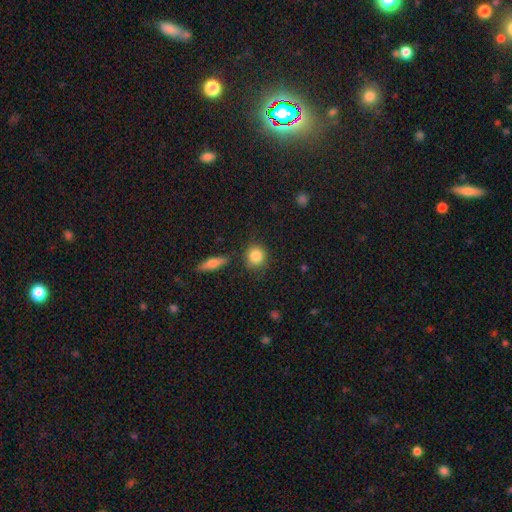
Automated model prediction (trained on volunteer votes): A smooth galaxy with no disk features (85%) that is round (83%).

Vote fractions:
- Smooth or featured? smooth: 85% / star or artifact: 8% / featured or disk: 7%
- How rounded? round: 83% / in between: 15% / cigar-shaped: 2%
- Merging? none: 82% / minor disturbance: 11% / merger: 5% / major disturbance: 3%